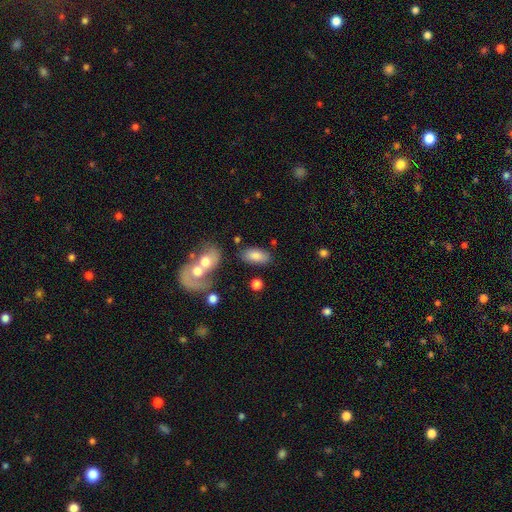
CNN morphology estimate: This appears to be a smooth galaxy with no disk features (80%) that is in between round and cigar-shaped (92%). Merging: none (71%).